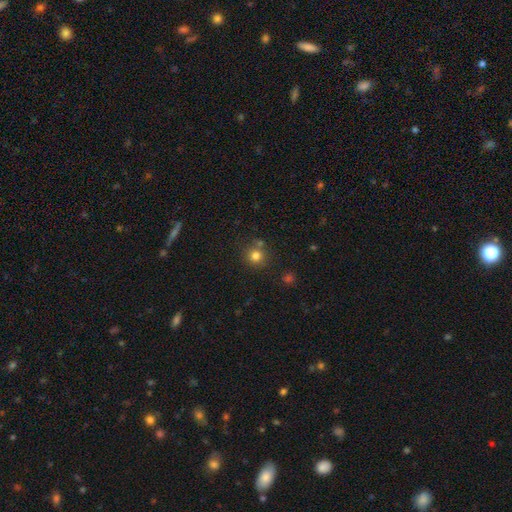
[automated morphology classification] This appears to be a smooth galaxy with no disk features (79%) that is round (92%). Merging: none (75%).